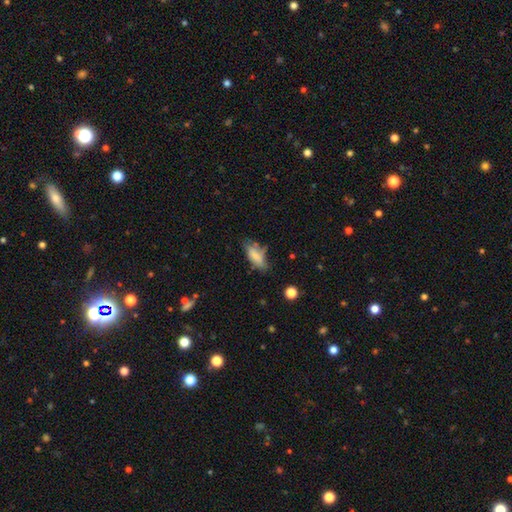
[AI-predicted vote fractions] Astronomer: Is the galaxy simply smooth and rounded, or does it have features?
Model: smooth — 74%.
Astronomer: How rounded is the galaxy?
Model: in between — 73%.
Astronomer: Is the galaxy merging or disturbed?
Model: none — 53% (runner-up: minor disturbance, 30%).